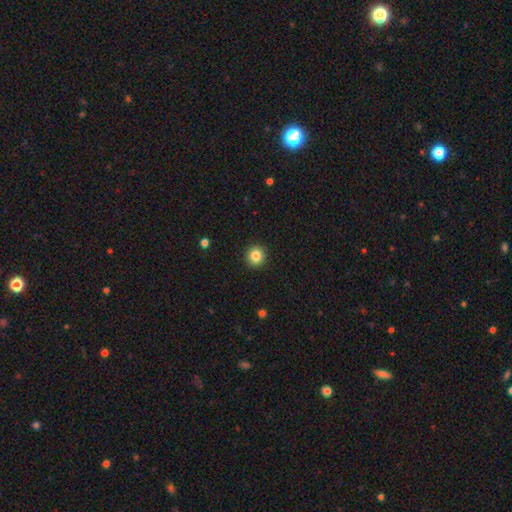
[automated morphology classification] This appears to be a smooth galaxy with no disk features (84%) that is round (93%). Merging: none (93%).